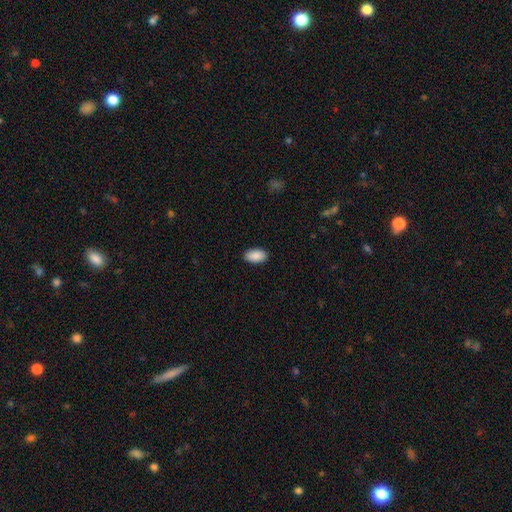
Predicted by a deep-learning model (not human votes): Smooth or featured? smooth (90%)
How rounded? in between (95%)
Merging? none (89%)